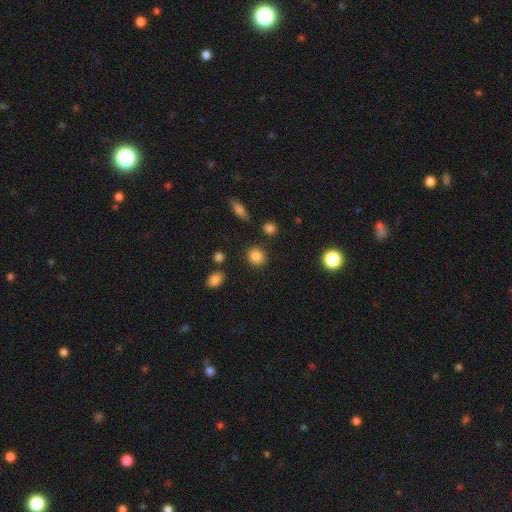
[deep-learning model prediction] Morphology: type=smooth (86%); roundness=round (80%); merging=none (86%).